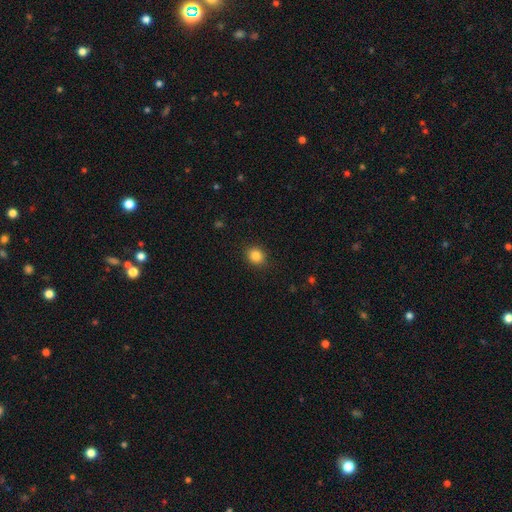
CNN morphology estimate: smooth_or_featured: smooth (p=0.85) [alt: star or artifact p=0.11]
how_rounded: round (p=0.72) [alt: in between p=0.27]
merging: none (p=0.89) [alt: minor disturbance p=0.08]